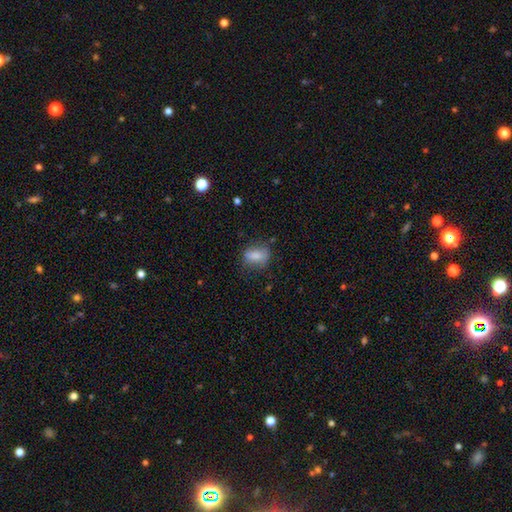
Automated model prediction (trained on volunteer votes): This is likely a smooth galaxy (78%). How rounded: likely in between (71%). Merging: likely none (64%).